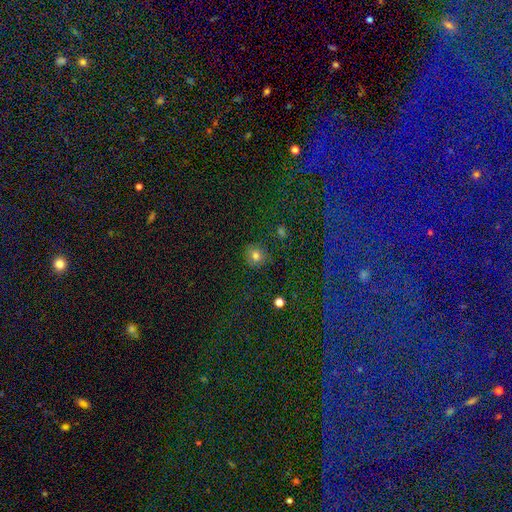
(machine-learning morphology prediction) Smooth or featured? smooth (76%)
How rounded? round (86%)
Merging? none (85%)